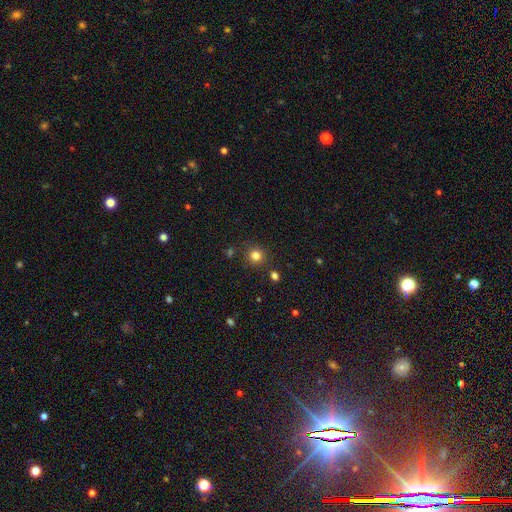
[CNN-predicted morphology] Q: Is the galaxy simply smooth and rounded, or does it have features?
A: smooth — 80%.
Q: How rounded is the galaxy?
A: round — 92%.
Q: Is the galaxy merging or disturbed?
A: none — 86%.